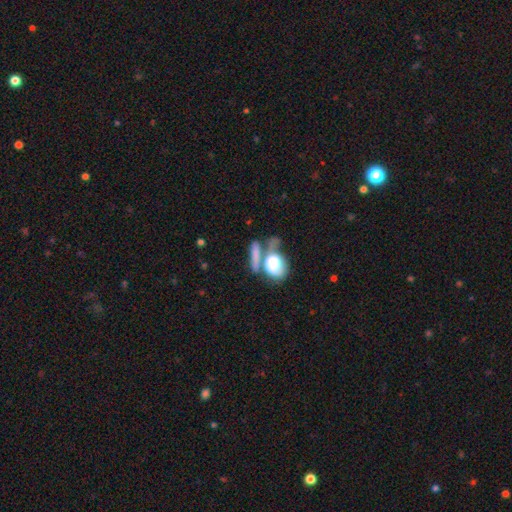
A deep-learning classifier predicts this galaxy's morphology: type=smooth (67%); roundness=in between (54%); merging=merger (48%).